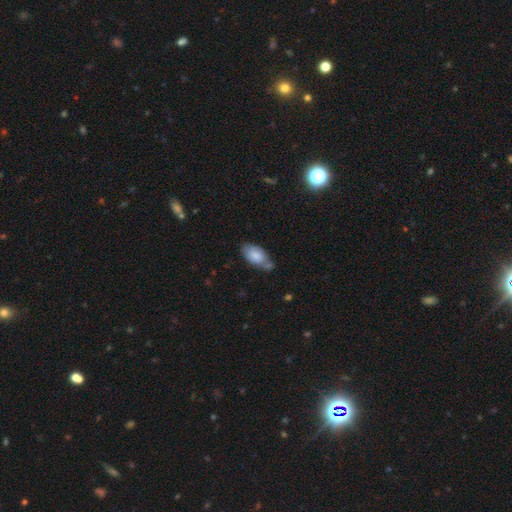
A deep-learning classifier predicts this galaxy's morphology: Smooth or featured: smooth — 79% (featured or disk — 15%)
How rounded: in between — 93% (cigar-shaped — 4%)
Merging: none — 48% (minor disturbance — 29%)